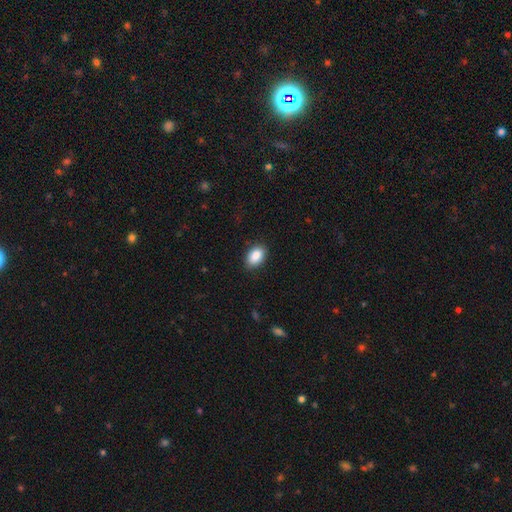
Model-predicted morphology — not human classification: A smooth galaxy with no disk features (88%) that is in between round and cigar-shaped (90%).

Vote fractions:
- Smooth or featured? smooth: 88% / star or artifact: 7% / featured or disk: 5%
- How rounded? in between: 90% / round: 9% / cigar-shaped: 1%
- Merging? none: 86% / minor disturbance: 10% / major disturbance: 2% / merger: 1%